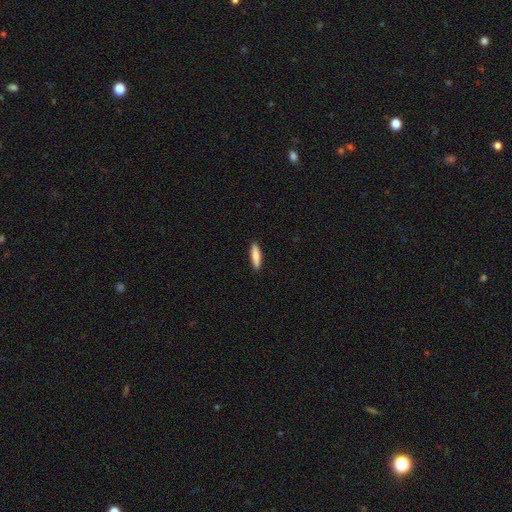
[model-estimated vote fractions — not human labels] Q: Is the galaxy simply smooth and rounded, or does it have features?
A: smooth — 83%.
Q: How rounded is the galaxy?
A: cigar-shaped — 76%.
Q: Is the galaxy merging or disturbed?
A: none — 91%.